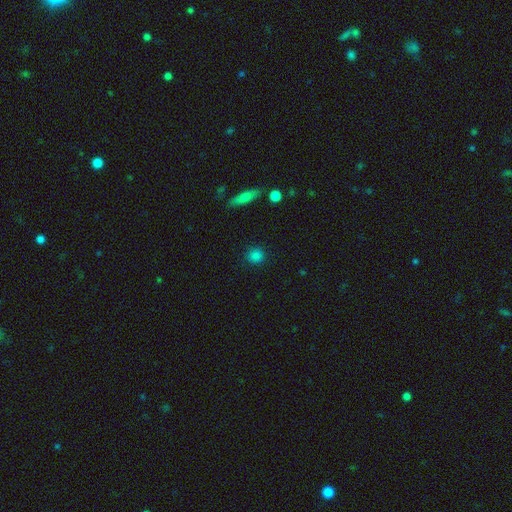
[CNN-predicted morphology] Smooth or featured? Predicted: smooth (p=0.84). How rounded? Predicted: round (p=0.86). Merging? Predicted: none (p=0.89).